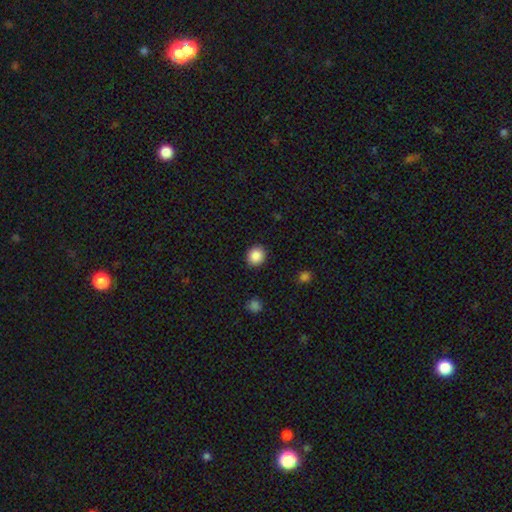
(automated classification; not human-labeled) Smooth or featured? smooth (88%)
How rounded? round (82%)
Merging? none (89%)